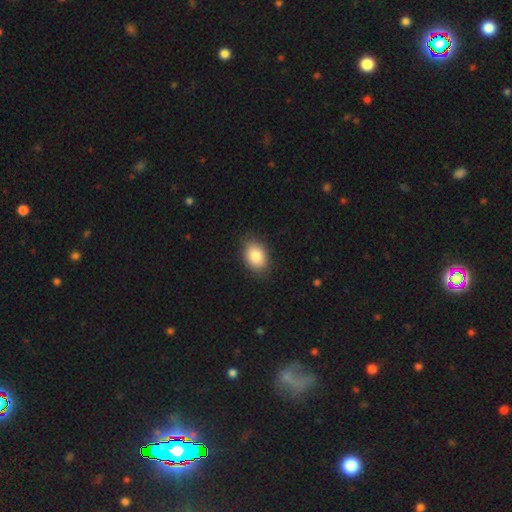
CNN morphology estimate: A smooth galaxy with no disk features (86%) that is in between round and cigar-shaped (79%). Merging: none (84%).